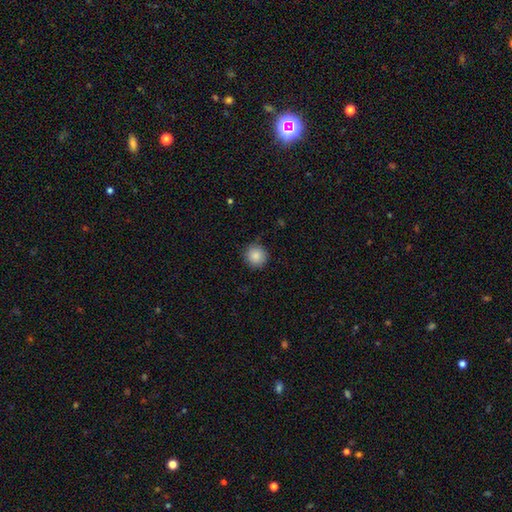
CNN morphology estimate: A smooth galaxy with no disk features (87%) that is round (94%).

Vote fractions:
- Smooth or featured? smooth: 87% / star or artifact: 9% / featured or disk: 4%
- How rounded? round: 94% / in between: 5% / cigar-shaped: 1%
- Merging? none: 87% / minor disturbance: 10% / major disturbance: 2% / merger: 1%